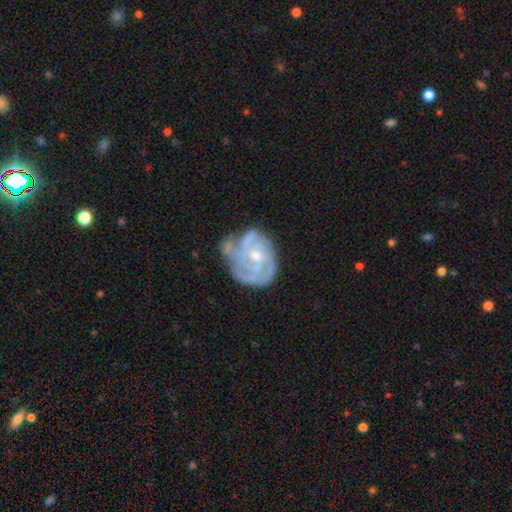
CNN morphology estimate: The model was most divided on "spiral arm count": 3: 29%, can't tell: 28%, 4: 19%, 2: 12%, more than 4: 6%, 1: 6%. Remaining: edge-on disk — no (98%); spiral arms — yes (92%); smooth or featured — featured or disk (84%); bar — no (75%); spiral winding — tight (62%); bulge size — small (53%); merging — none (49%).